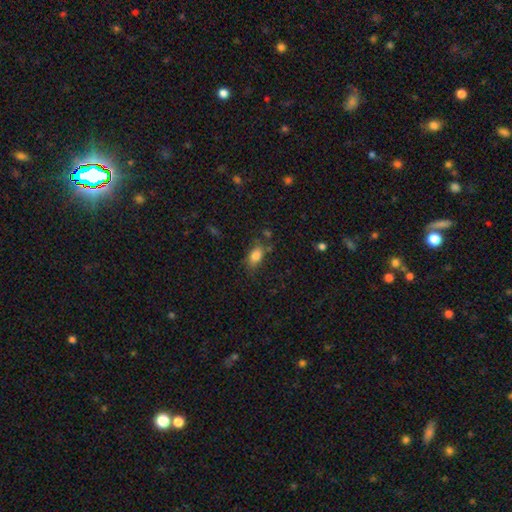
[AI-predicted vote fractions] Q: Smooth or featured?
A: smooth (83%); runner-up: star or artifact (9%)
Q: How rounded?
A: in between (87%); runner-up: round (9%)
Q: Merging?
A: none (64%); runner-up: minor disturbance (23%)